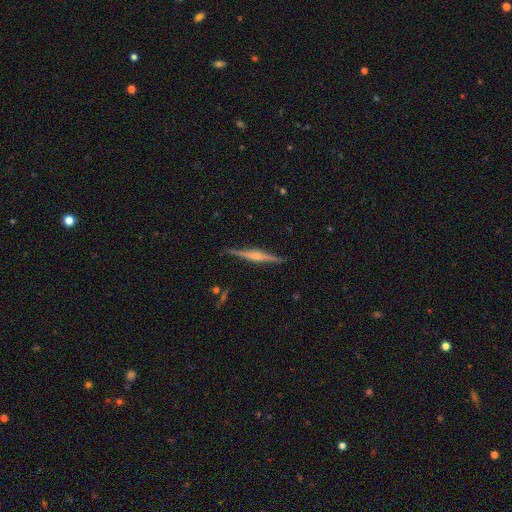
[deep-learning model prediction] smooth-or-featured: featured or disk: 79% | smooth: 15% | star or artifact: 6%
  disk-edge-on: yes: 98% | no: 2%
    edge-on-bulge: rounded: 63% | boxy: 29% | none: 9%
  merging: none: 90% | minor disturbance: 7% | major disturbance: 2% | merger: 1%